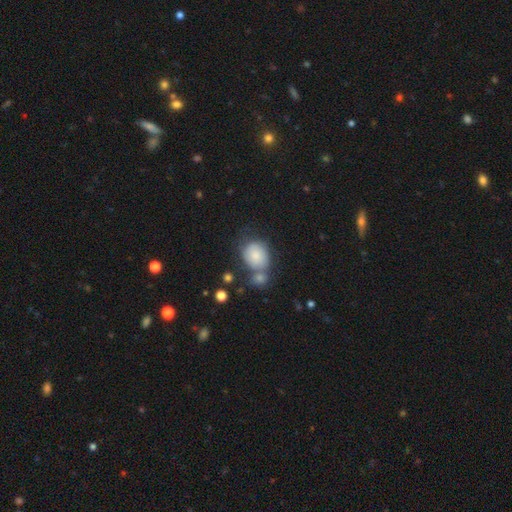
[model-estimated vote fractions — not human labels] Morphology: type=smooth (79%); roundness=round (53%); merging=none (41%).